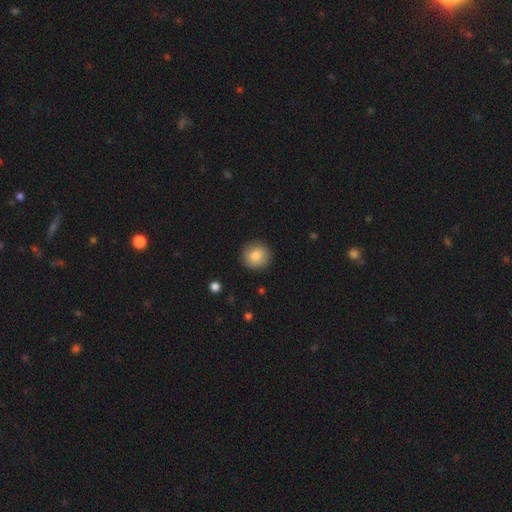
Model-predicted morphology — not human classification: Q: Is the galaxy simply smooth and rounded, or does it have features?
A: smooth — 81%.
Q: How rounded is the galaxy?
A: round — 92%.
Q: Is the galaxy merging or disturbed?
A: none — 89%.